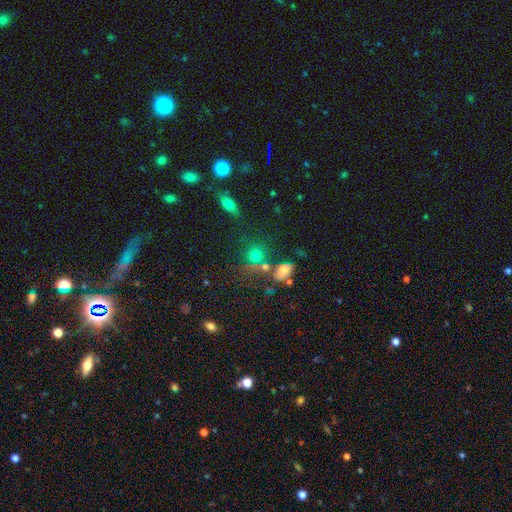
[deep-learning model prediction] smooth_or_featured: smooth (p=0.71) [alt: star or artifact p=0.19]
how_rounded: round (p=0.78) [alt: in between p=0.20]
merging: none (p=0.58) [alt: merger p=0.22]